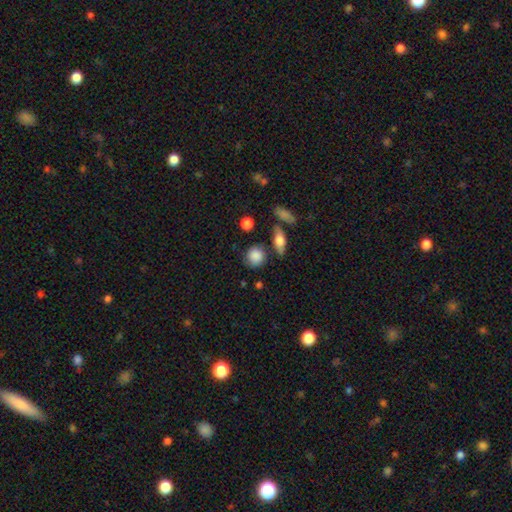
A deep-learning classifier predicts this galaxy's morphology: Q: Smooth or featured?
A: smooth (83%); runner-up: featured or disk (8%)
Q: How rounded?
A: round (82%); runner-up: in between (16%)
Q: Merging?
A: none (72%); runner-up: minor disturbance (16%)